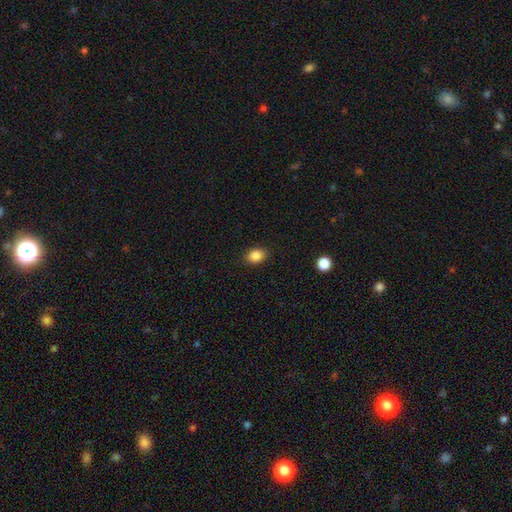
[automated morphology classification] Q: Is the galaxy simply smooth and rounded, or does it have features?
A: smooth — 86%.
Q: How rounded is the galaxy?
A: in between — 63%.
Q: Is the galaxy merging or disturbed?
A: none — 88%.